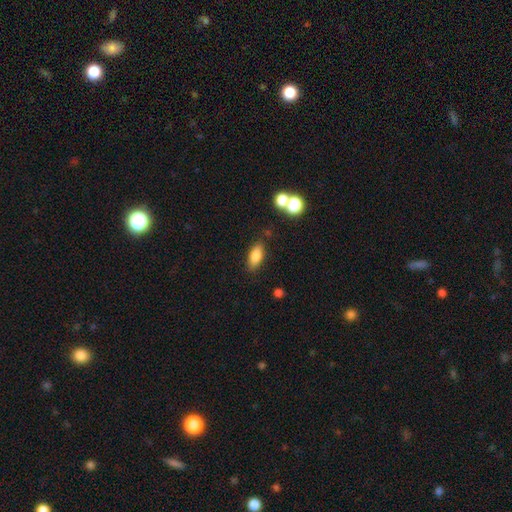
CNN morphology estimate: A smooth galaxy with no disk features (82%) that is in between round and cigar-shaped (81%). Merging: none (82%).